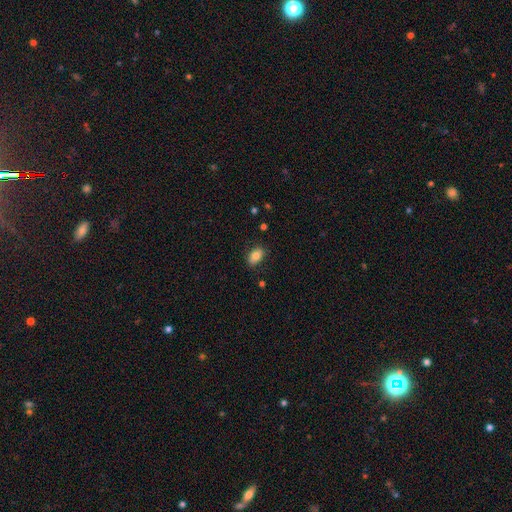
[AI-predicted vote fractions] Smooth or featured? Predicted: smooth (p=0.81). How rounded? Predicted: in between (p=0.89). Merging? Predicted: none (p=0.80).